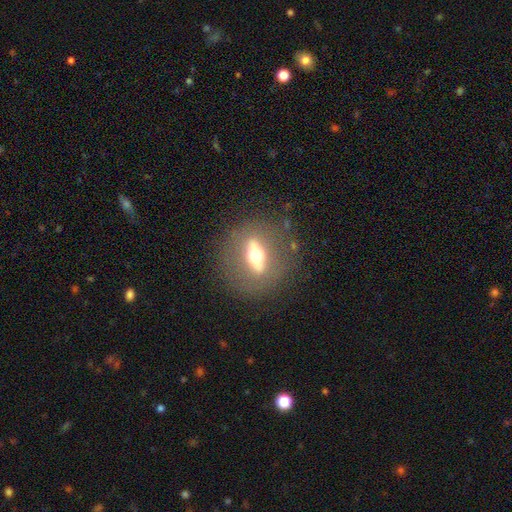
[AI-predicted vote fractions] smooth-or-featured: featured or disk: 64% | smooth: 26% | star or artifact: 10%
  disk-edge-on: yes: 56% | no: 44%
  merging: none: 81% | minor disturbance: 10% | major disturbance: 8% | merger: 2%